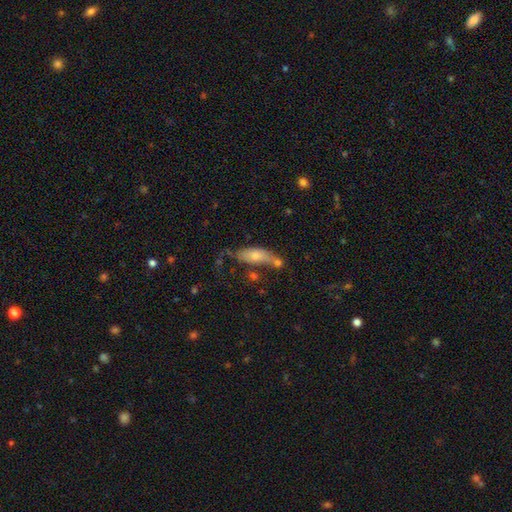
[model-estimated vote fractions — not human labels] smooth 67%, featured or disk 25%, star or artifact 8%. Down the decision tree: how rounded — in between (67%); merging — none (39%).